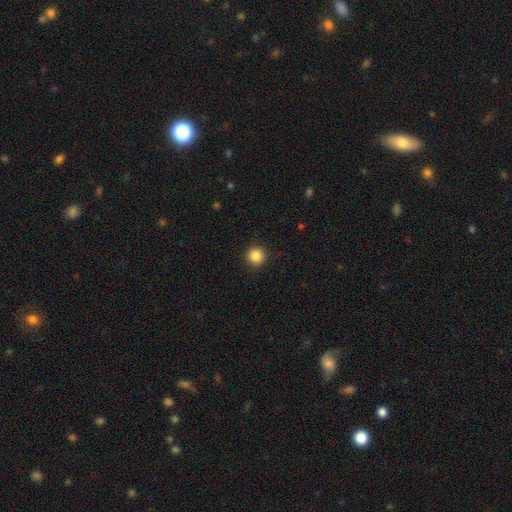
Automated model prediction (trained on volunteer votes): A smooth galaxy with no disk features (86%) that is round (95%). Merging: none (92%).